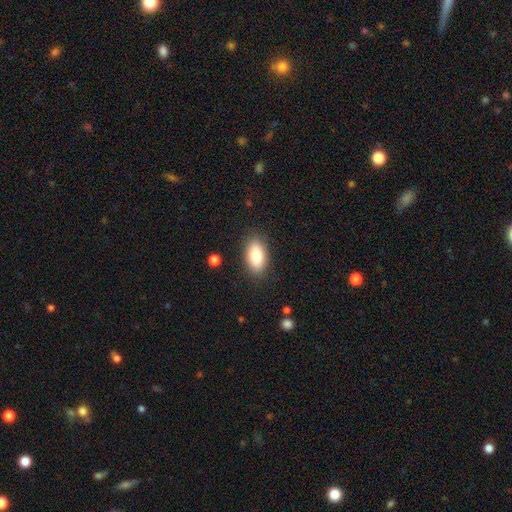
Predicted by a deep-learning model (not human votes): This is clearly a smooth galaxy (85%). How rounded: clearly in between (91%). Merging: clearly none (86%).